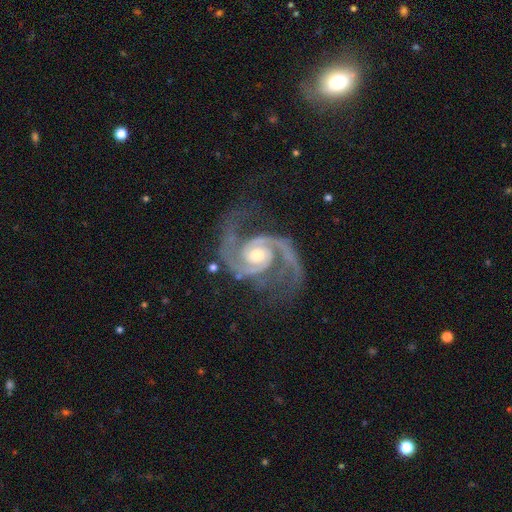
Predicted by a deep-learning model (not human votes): A featured or disk galaxy (94%) with no bar (51%), 2 (92%) medium (64%) spiral arms (99%) and a moderate central bulge (62%). Merging: none (73%).